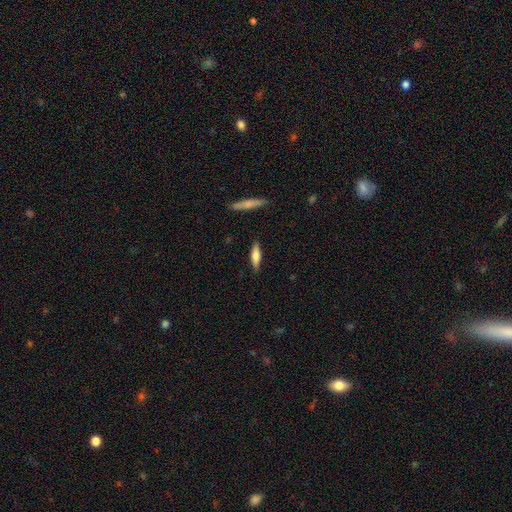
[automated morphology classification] smooth 60%, featured or disk 34%, star or artifact 6%. Down the decision tree: how rounded — cigar-shaped (70%); merging — none (86%).